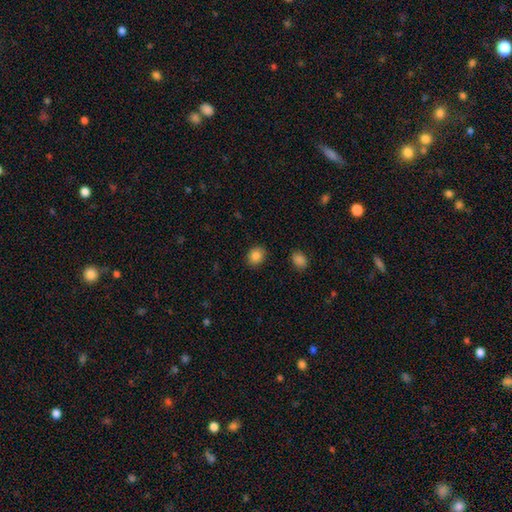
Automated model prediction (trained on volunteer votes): Q: Smooth or featured?
A: smooth (86%); runner-up: star or artifact (9%)
Q: How rounded?
A: round (58%); runner-up: in between (41%)
Q: Merging?
A: none (88%); runner-up: minor disturbance (8%)